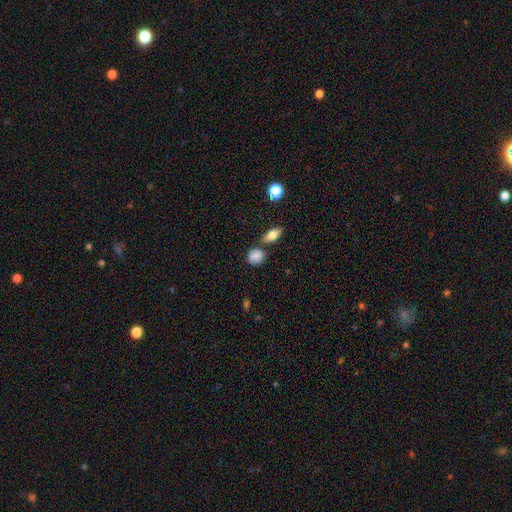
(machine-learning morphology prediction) smooth_or_featured: smooth (p=0.83) [alt: star or artifact p=0.09]
how_rounded: round (p=0.69) [alt: in between p=0.28]
merging: none (p=0.68) [alt: minor disturbance p=0.15]